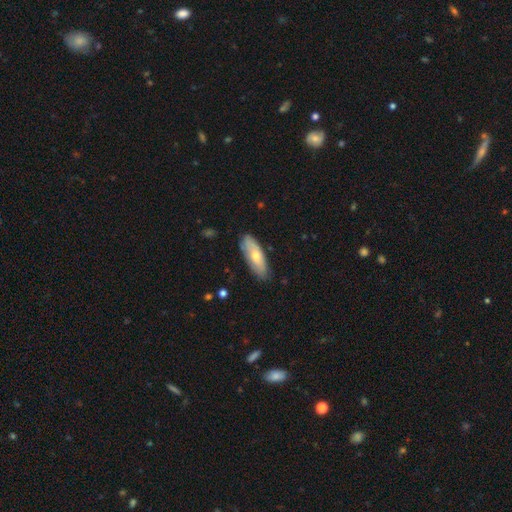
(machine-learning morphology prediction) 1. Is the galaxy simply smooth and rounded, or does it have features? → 62% smooth, 32% featured or disk, 6% star or artifact.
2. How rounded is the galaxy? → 63% in between, 35% cigar-shaped, 2% round.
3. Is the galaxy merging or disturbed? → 82% none, 14% minor disturbance, 2% major disturbance, 1% merger.